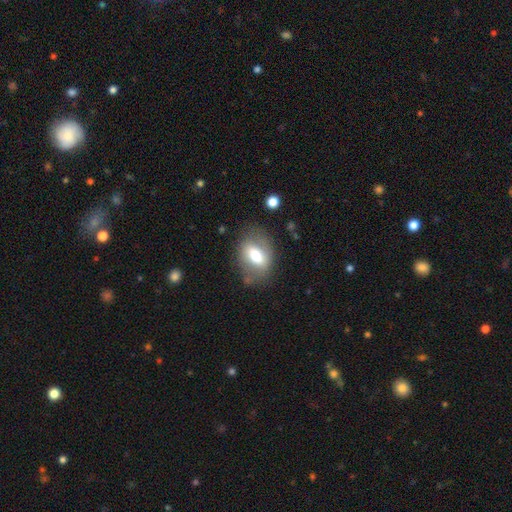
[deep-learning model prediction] This is possibly a smooth galaxy (59%). How rounded: likely in between (80%). Merging: likely none (70%).